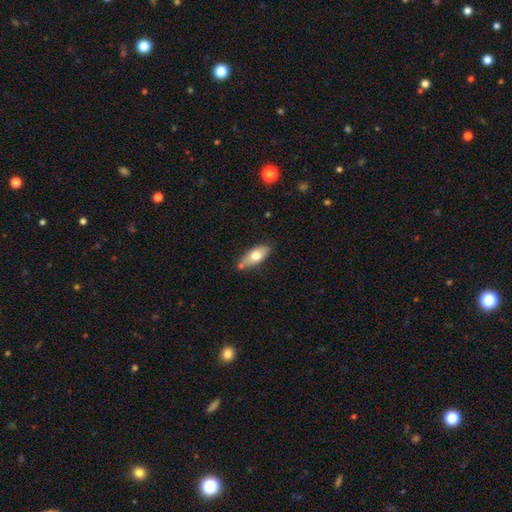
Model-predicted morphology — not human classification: Overall: smooth (70%). How rounded: in between (76%). Merging: none (69%).